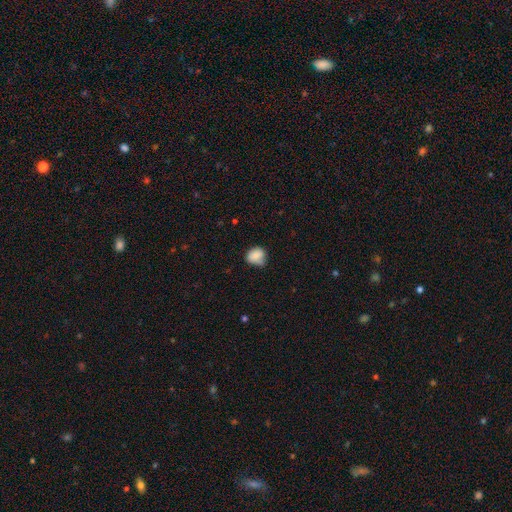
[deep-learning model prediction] This appears to be a smooth galaxy with no disk features (83%) that is round (63%). Merging: none (54%).